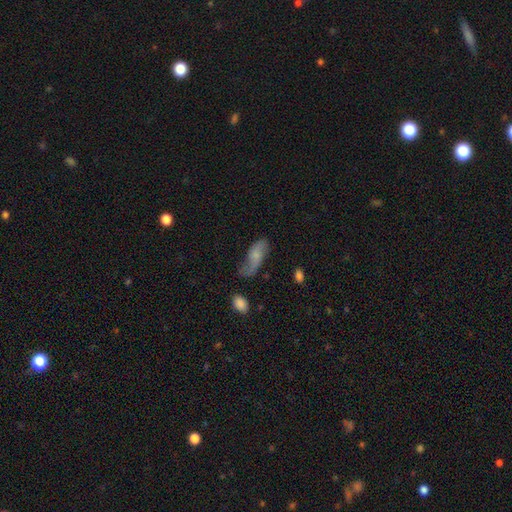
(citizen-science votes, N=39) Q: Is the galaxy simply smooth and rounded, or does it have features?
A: smooth — 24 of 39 (62%).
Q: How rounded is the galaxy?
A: in between — 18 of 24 (75%).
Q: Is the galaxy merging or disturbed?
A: none — 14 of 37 (38%).